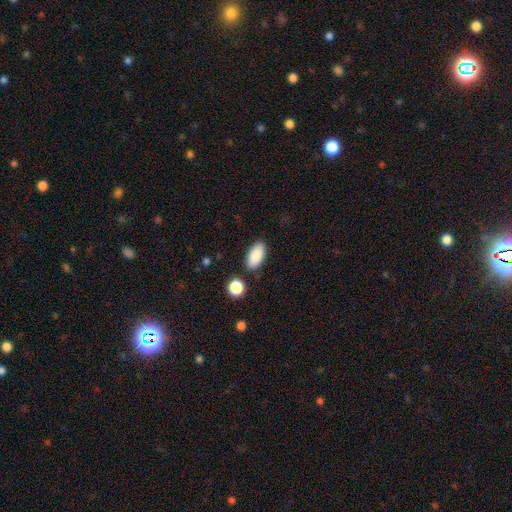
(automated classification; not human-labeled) This is clearly a smooth galaxy (88%). How rounded: clearly in between (91%). Merging: clearly none (85%).